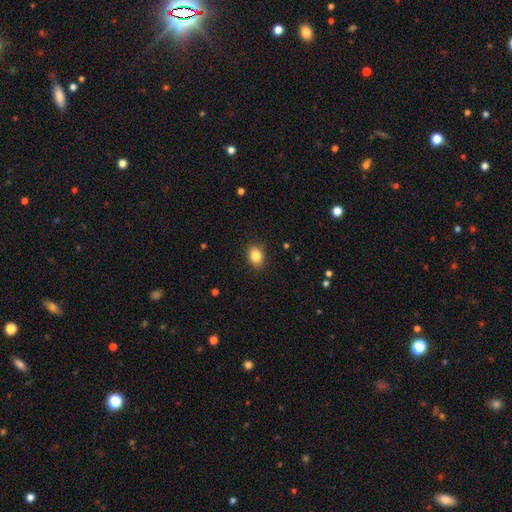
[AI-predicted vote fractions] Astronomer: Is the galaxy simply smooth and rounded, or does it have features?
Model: smooth — 85%.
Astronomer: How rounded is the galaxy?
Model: in between — 59% (runner-up: round, 40%).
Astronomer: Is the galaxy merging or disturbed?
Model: none — 87%.